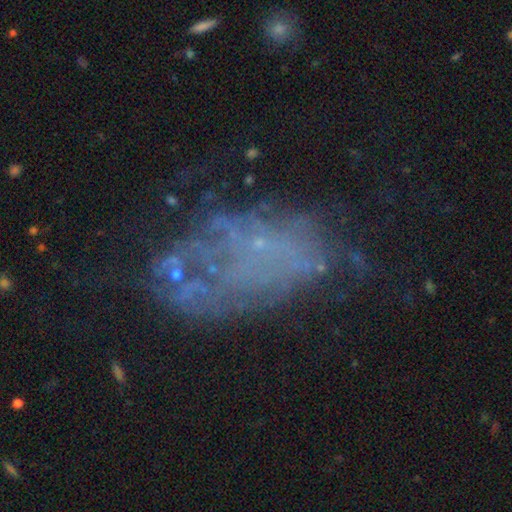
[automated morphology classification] Q: Smooth or featured?
A: featured or disk (49%); runner-up: smooth (27%)
Q: Merging?
A: none (46%); runner-up: major disturbance (26%)